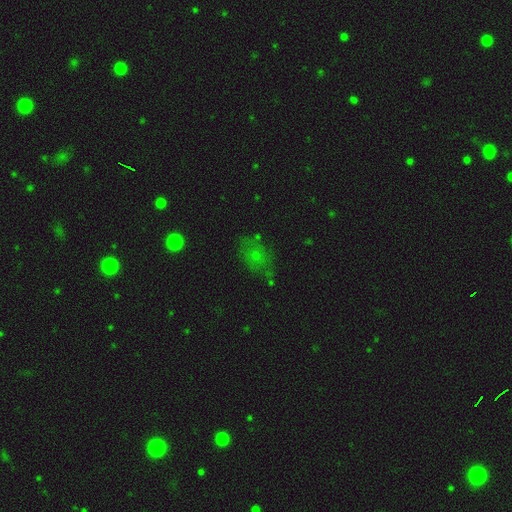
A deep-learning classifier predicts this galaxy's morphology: This is possibly a smooth galaxy (47%). Merging: likely none (60%).